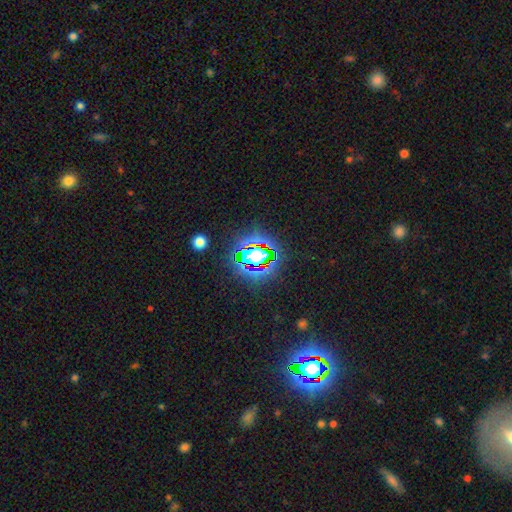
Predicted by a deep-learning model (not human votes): The model was most divided on "smooth or featured": star or artifact: 64%, smooth: 22%, featured or disk: 14%.